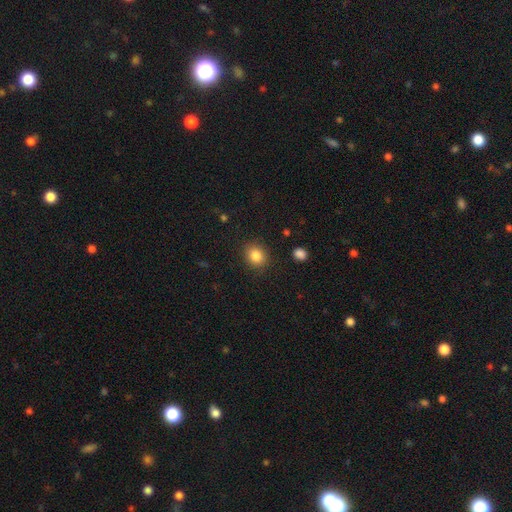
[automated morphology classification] Overall: smooth (85%). How rounded: round (65%; in between 34%). Merging: none (88%).